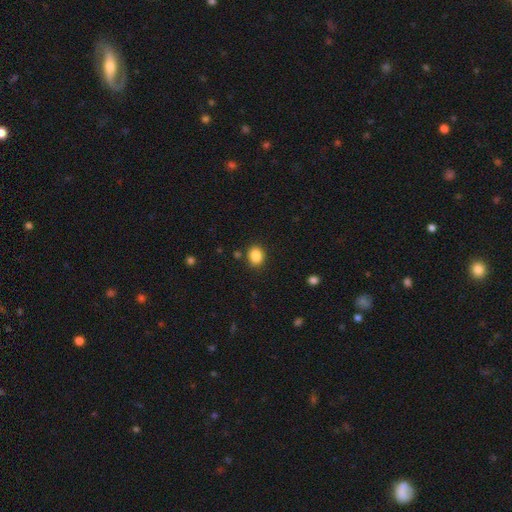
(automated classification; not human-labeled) Overall: smooth (87%). How rounded: round (51%; in between 48%). Merging: none (86%).